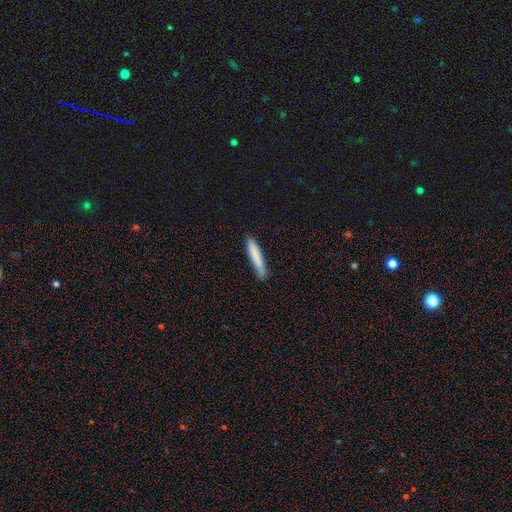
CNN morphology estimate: Overall: smooth (81%). How rounded: cigar-shaped (93%). Merging: none (83%).